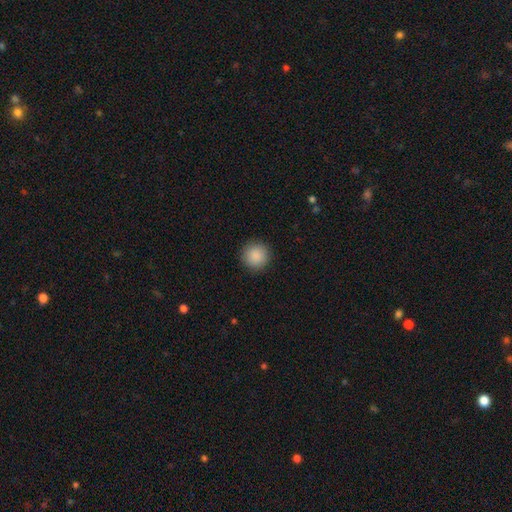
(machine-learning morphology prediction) A smooth galaxy with no disk features (89%) that is round (95%).

Vote fractions:
- Smooth or featured? smooth: 89% / star or artifact: 8% / featured or disk: 3%
- How rounded? round: 95% / in between: 4% / cigar-shaped: 1%
- Merging? none: 92% / minor disturbance: 5% / major disturbance: 2% / merger: 1%